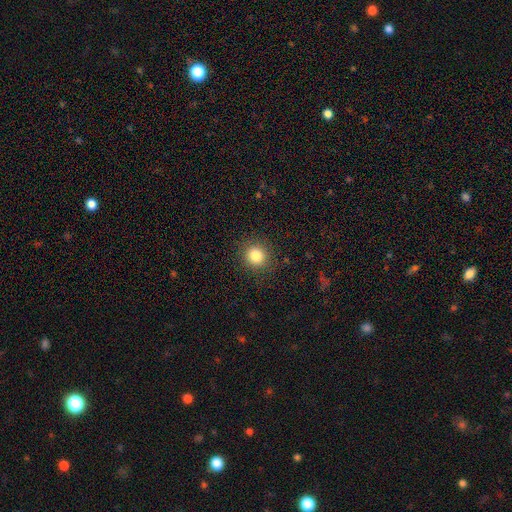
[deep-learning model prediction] Smooth or featured: smooth — 83% (star or artifact — 11%)
How rounded: round — 91% (in between — 8%)
Merging: none — 90% (minor disturbance — 7%)